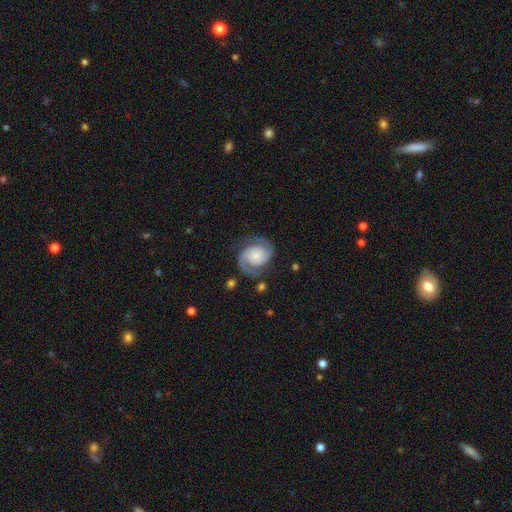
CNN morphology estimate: A featured or disk galaxy (87%) with no bar (73%), 2 (93%) medium (48%) spiral arms (98%) and a small central bulge (51%).

Vote fractions:
- Smooth or featured? featured or disk: 87% / smooth: 7% / star or artifact: 5%
- Edge-on disk? no: 98% / yes: 2%
- Bar? no: 73% / weak: 21% / strong: 6%
- Spiral arms? yes: 98% / no: 2%
- Spiral winding? medium: 48% / tight: 39% / loose: 13%
- Spiral arm count? 2: 93% / can't tell: 2% / 1: 2% / 3: 1% / 4: 1% / more than 4: 1%
- Bulge size? small: 51% / moderate: 26% / none: 10% / large: 9% / dominant: 3%
- Merging? none: 78% / minor disturbance: 14% / major disturbance: 6% / merger: 2%